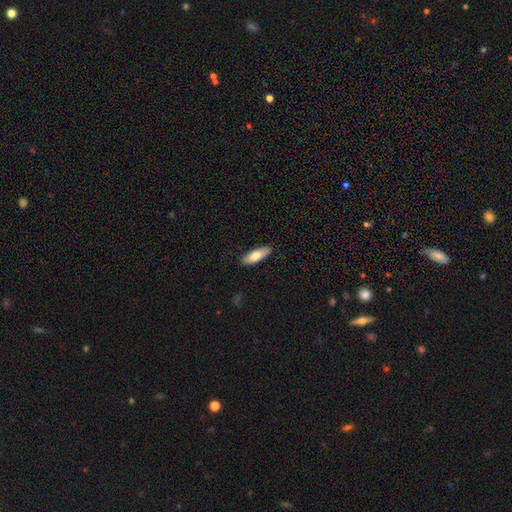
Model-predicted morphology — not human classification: type=smooth (79%); roundness=in between (64%); merging=none (89%).